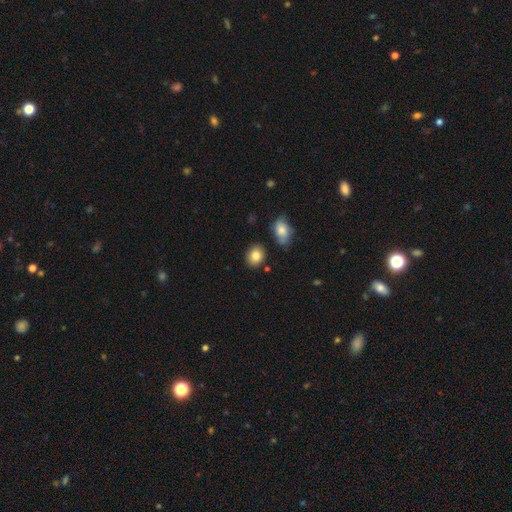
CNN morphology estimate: smooth_or_featured: smooth (p=0.85) [alt: star or artifact p=0.09]
how_rounded: round (p=0.55) [alt: in between p=0.44]
merging: none (p=0.83) [alt: minor disturbance p=0.11]